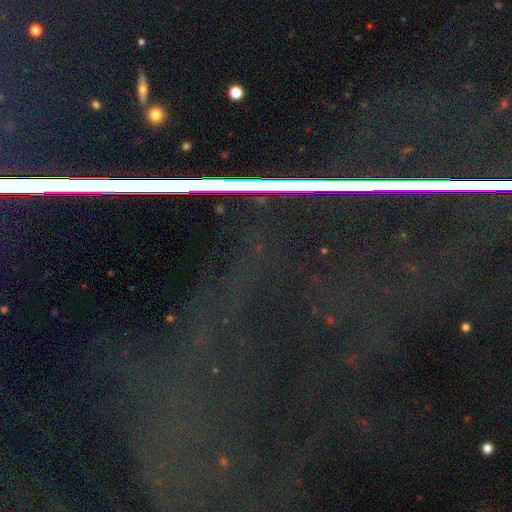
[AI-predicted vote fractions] This is clearly a star or artifact rather than a galaxy (85%).